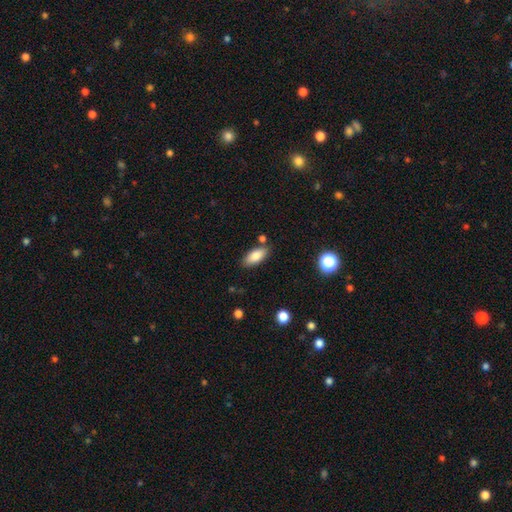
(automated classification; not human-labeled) This appears to be a smooth galaxy with no disk features (83%) that is in between round and cigar-shaped (87%). Merging: none (80%).